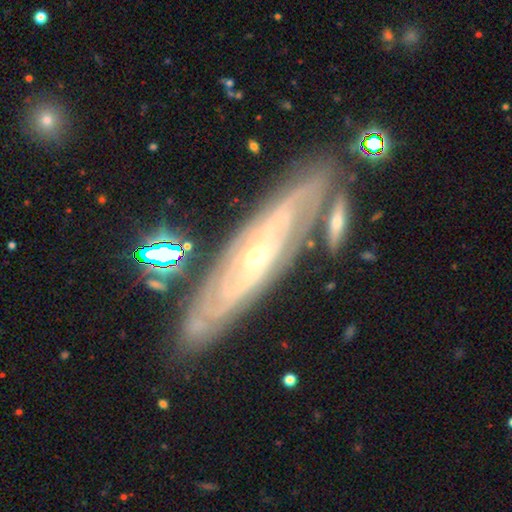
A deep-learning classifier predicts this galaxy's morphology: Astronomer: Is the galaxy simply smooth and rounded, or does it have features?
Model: featured or disk — 85%.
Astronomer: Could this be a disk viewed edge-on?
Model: no — 70%.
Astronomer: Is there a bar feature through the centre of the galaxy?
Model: no — 66%.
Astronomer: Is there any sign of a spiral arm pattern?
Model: yes — 89%.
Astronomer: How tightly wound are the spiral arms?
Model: tight — 71%.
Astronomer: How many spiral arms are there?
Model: can't tell — 47% (runner-up: 2, 27%).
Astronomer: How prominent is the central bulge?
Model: small — 75%.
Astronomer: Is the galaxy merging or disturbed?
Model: none — 78%.